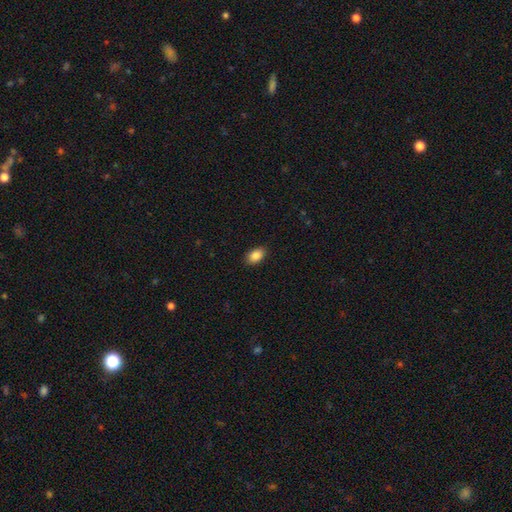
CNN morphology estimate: A smooth galaxy with no disk features (87%) that is in between round and cigar-shaped (89%). Merging: none (88%).